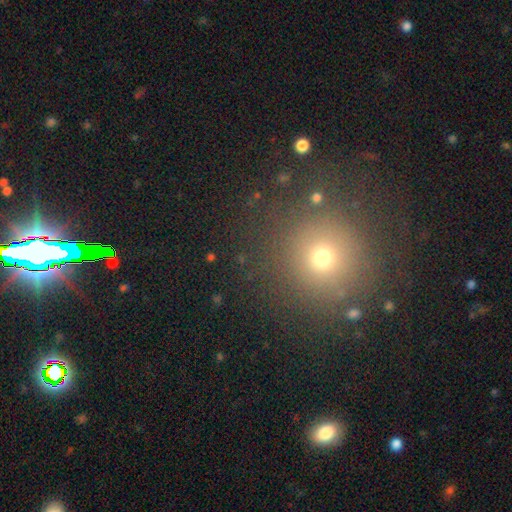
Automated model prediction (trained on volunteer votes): Smooth or featured: smooth — 49% (star or artifact — 40%)
Merging: none — 88% (minor disturbance — 7%)